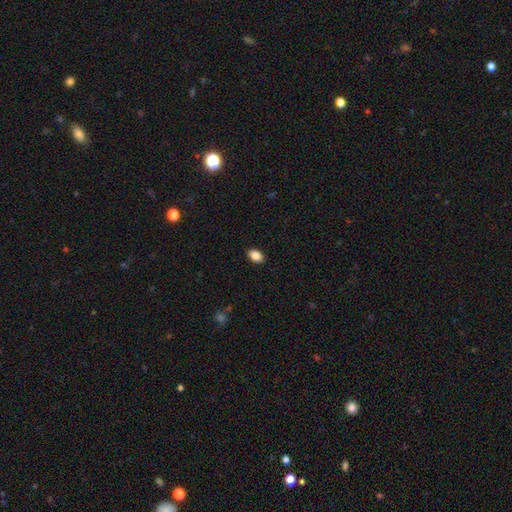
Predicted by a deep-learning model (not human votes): Overall: smooth (88%). How rounded: in between (88%). Merging: none (90%).